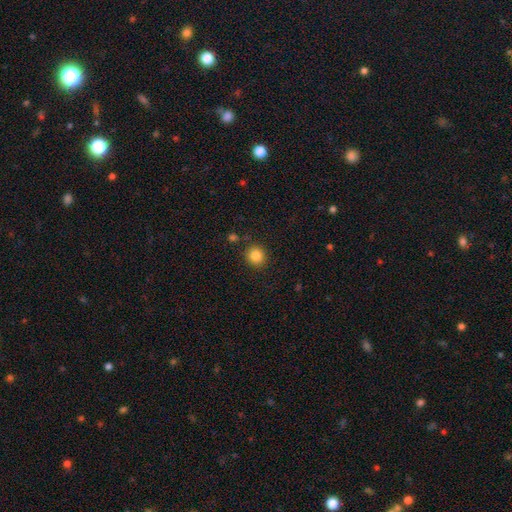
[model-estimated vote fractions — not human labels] Overall: smooth (85%). How rounded: round (87%). Merging: none (86%).